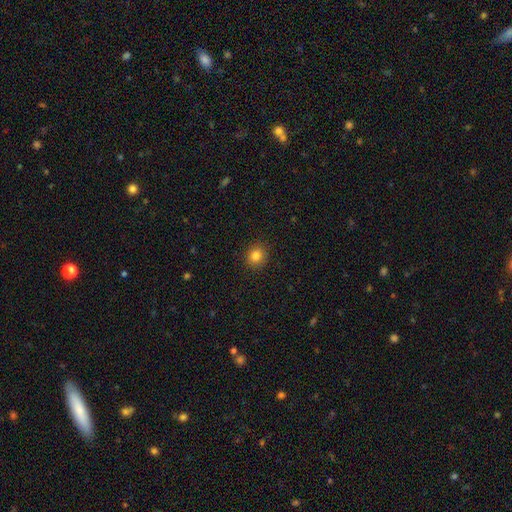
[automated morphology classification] smooth 83%, star or artifact 12%, featured or disk 5%. Down the decision tree: how rounded — round (80%); merging — none (89%).